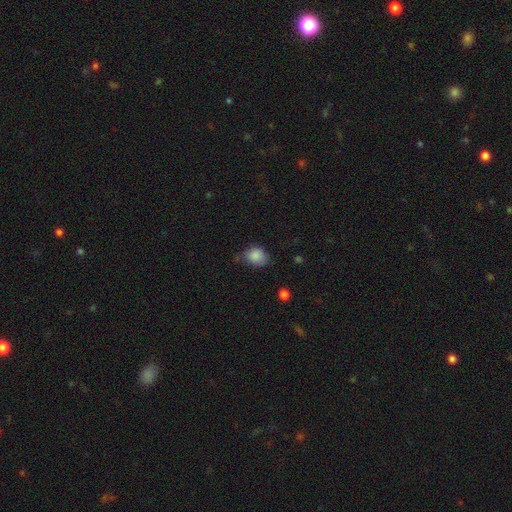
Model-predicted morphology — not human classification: Smooth or featured?
  - smooth: 86% *
  - star or artifact: 9%
  - featured or disk: 5%
How rounded?
  - in between: 54% *
  - round: 45%
  - cigar-shaped: 1%
Merging?
  - none: 57% *
  - minor disturbance: 33%
  - major disturbance: 7%
  - merger: 3%